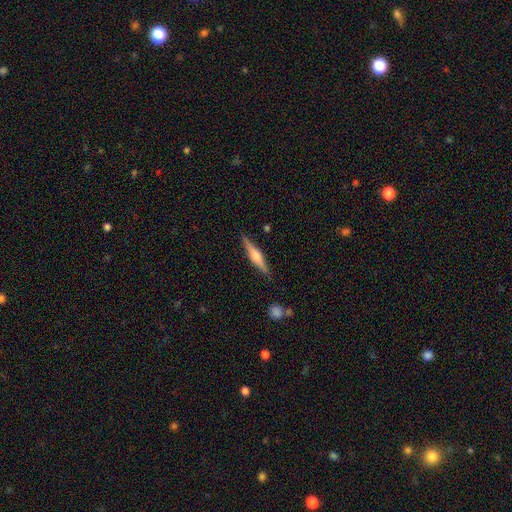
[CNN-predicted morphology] A featured or disk galaxy (64%) viewed edge-on (97%) with a rounded central bulge (83%).

Vote fractions:
- Smooth or featured? featured or disk: 64% / smooth: 30% / star or artifact: 6%
- Edge-on disk? yes: 97% / no: 3%
- Edge-on bulge? rounded: 83% / boxy: 11% / none: 6%
- Merging? none: 89% / minor disturbance: 8% / major disturbance: 2% / merger: 2%